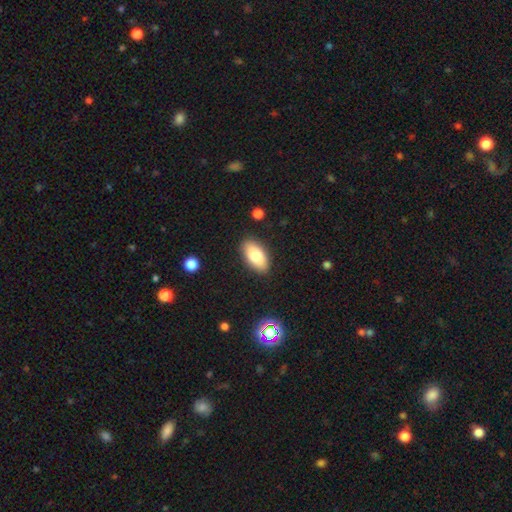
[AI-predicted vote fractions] This is likely a smooth galaxy (78%). How rounded: clearly in between (92%). Merging: clearly none (88%).